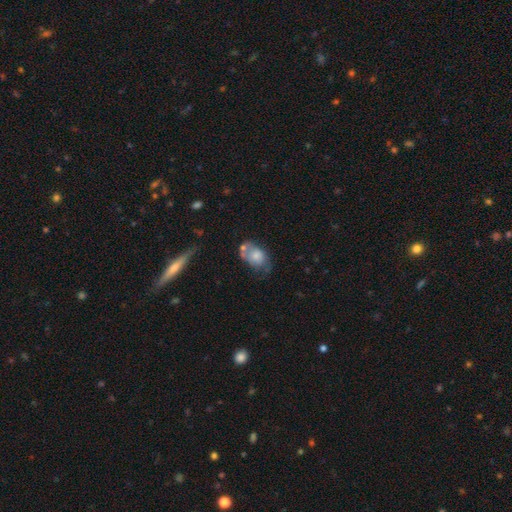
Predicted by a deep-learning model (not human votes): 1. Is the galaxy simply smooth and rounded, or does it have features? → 60% smooth, 32% featured or disk, 8% star or artifact.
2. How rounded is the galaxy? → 83% in between, 16% round, 2% cigar-shaped.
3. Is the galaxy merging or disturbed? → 34% none, 28% minor disturbance, 19% major disturbance, 19% merger.